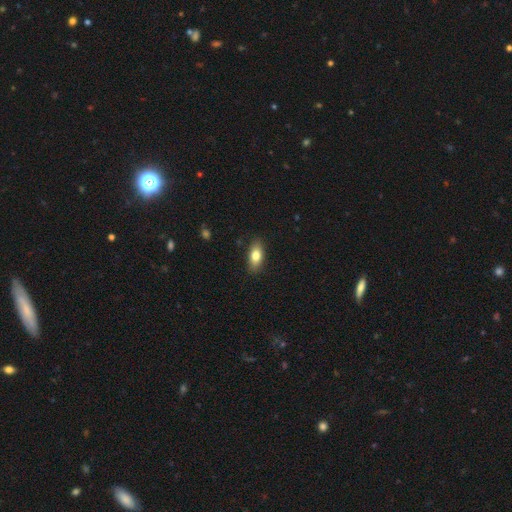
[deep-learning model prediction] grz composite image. It shows a smooth galaxy with no disk features (80%) that is in between round and cigar-shaped (85%). Merging: none (86%).